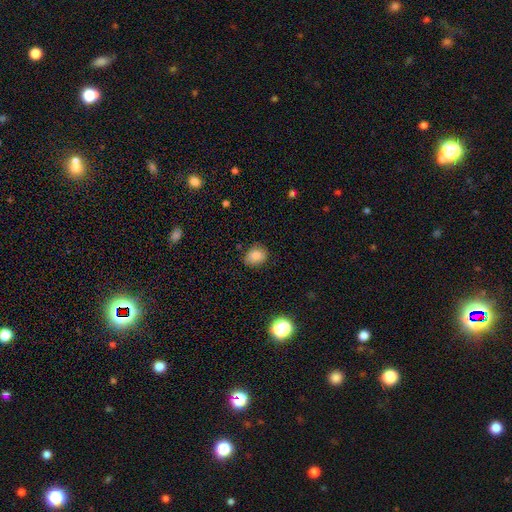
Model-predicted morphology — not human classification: type=smooth (82%); roundness=round (53%); merging=none (82%).